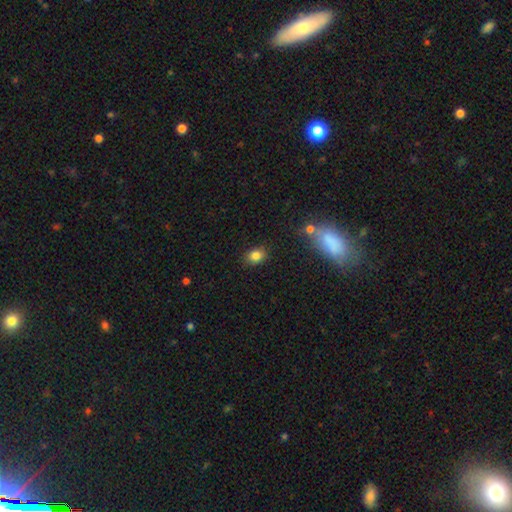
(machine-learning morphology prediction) Smooth or featured?
  - smooth: 83% *
  - star or artifact: 12%
  - featured or disk: 6%
How rounded?
  - in between: 59% *
  - round: 39%
  - cigar-shaped: 1%
Merging?
  - none: 85% *
  - minor disturbance: 10%
  - major disturbance: 3%
  - merger: 2%